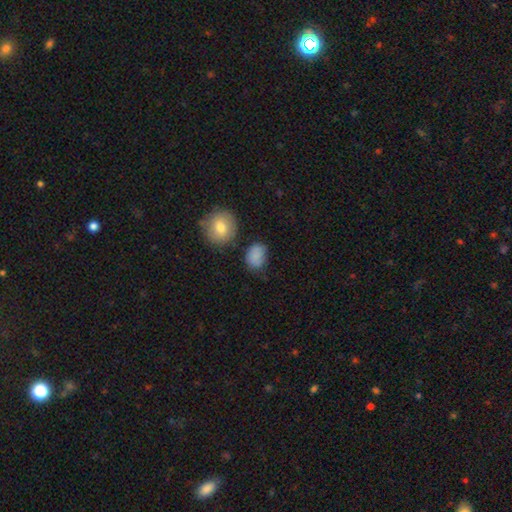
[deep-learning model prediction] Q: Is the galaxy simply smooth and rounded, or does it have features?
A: smooth — 83%.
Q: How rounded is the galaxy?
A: in between — 61%.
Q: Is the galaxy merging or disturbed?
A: none — 62%.